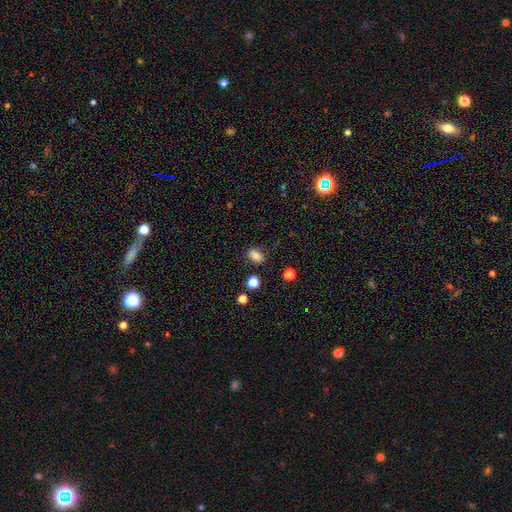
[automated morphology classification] Q: Smooth or featured?
A: smooth (80%); runner-up: star or artifact (12%)
Q: How rounded?
A: in between (81%); runner-up: round (16%)
Q: Merging?
A: none (79%); runner-up: minor disturbance (14%)